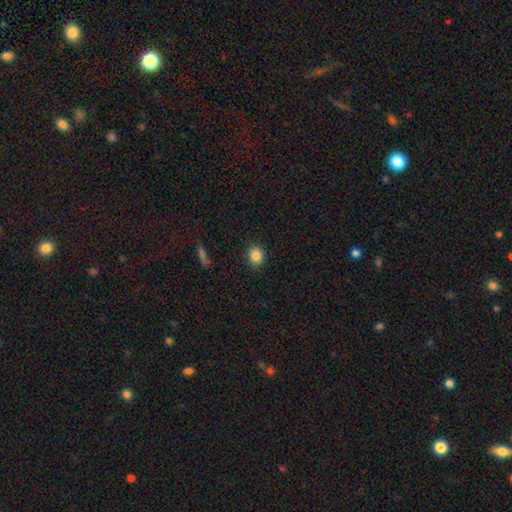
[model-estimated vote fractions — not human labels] Overall: smooth (85%). How rounded: round (72%). Merging: none (88%).